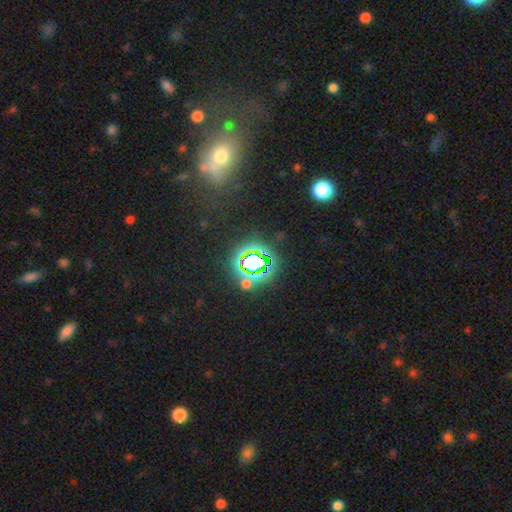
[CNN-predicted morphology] smooth_or_featured: star or artifact (p=0.69) [alt: smooth p=0.20]